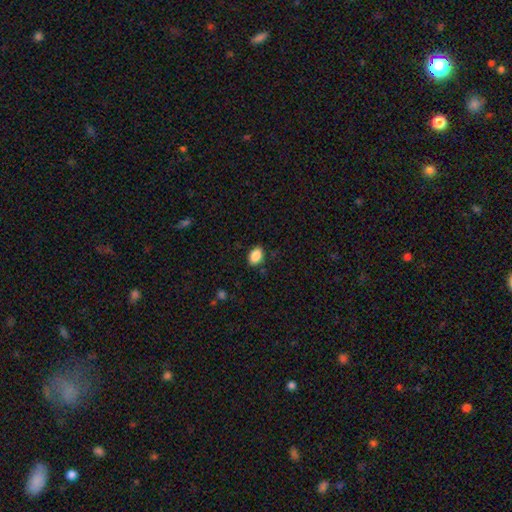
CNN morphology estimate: A smooth galaxy with no disk features (89%) that is in between round and cigar-shaped (87%). Merging: none (85%).